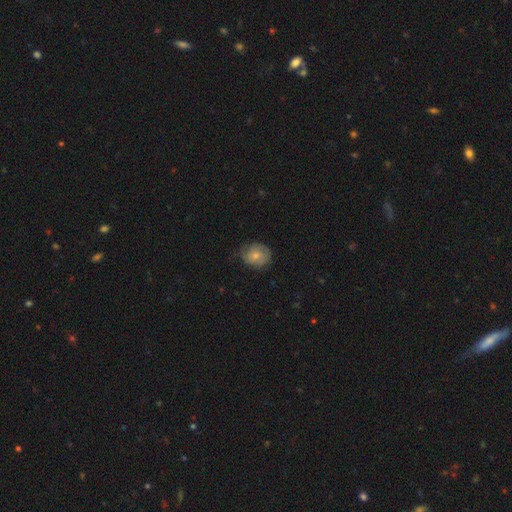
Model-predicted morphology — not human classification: Smooth or featured? Predicted: smooth (p=0.56). How rounded? Predicted: round (p=0.64). Merging? Predicted: none (p=0.67).